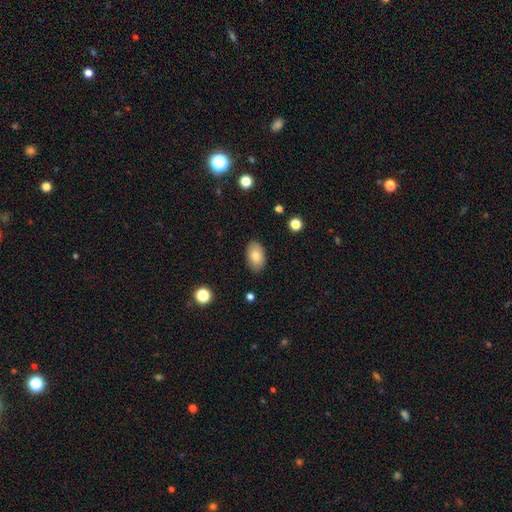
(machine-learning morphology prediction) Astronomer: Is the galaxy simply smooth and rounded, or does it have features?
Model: smooth — 79%.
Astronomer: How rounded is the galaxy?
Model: in between — 92%.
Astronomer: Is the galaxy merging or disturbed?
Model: none — 87%.